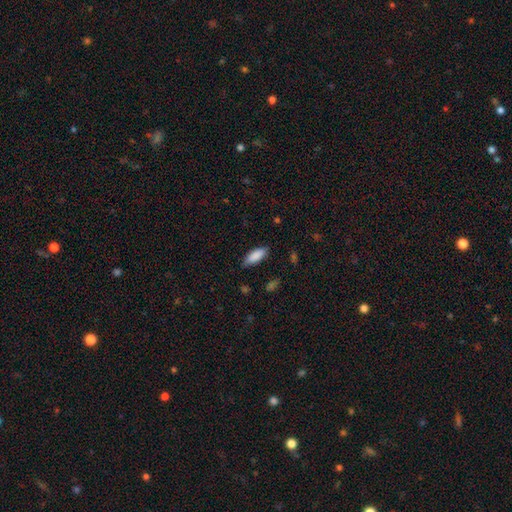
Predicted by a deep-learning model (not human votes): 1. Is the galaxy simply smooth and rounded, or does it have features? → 87% smooth, 7% featured or disk, 6% star or artifact.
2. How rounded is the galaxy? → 74% in between, 24% cigar-shaped, 2% round.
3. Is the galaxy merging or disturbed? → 77% none, 18% minor disturbance, 3% major disturbance, 1% merger.